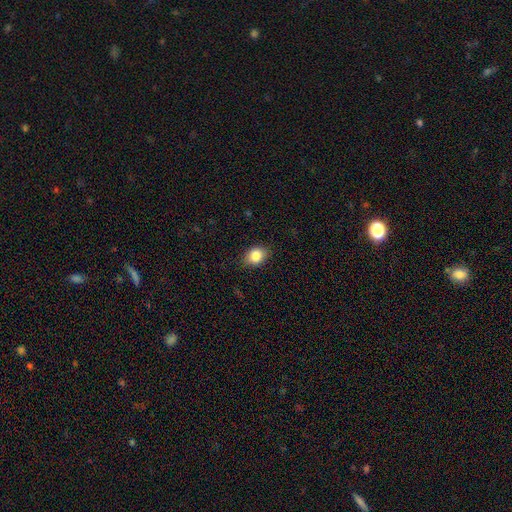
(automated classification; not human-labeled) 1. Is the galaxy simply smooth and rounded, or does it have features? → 84% smooth, 9% star or artifact, 7% featured or disk.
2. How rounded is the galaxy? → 66% in between, 33% round, 1% cigar-shaped.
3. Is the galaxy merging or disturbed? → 85% none, 12% minor disturbance, 3% major disturbance, 1% merger.